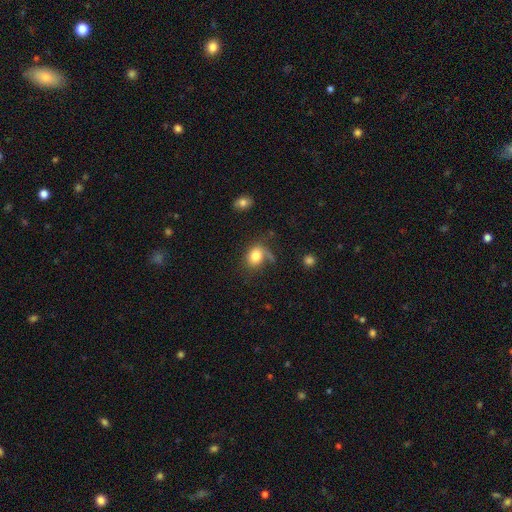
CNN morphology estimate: Overall: smooth (79%). How rounded: in between (54%; round 44%). Merging: none (55%; minor disturbance 23%).